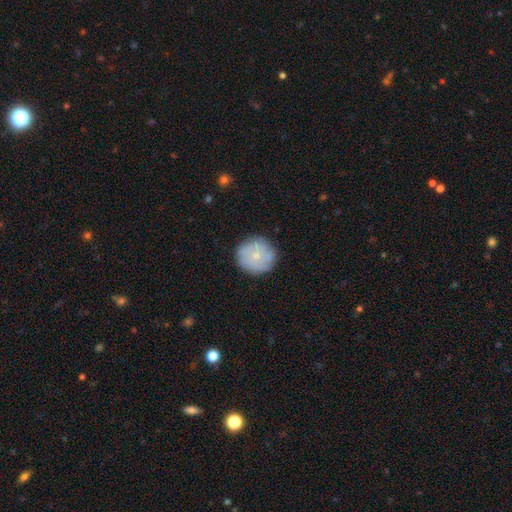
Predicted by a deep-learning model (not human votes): smooth_or_featured: smooth (p=0.53) [alt: featured or disk p=0.40]
how_rounded: round (p=0.92) [alt: in between p=0.07]
merging: none (p=0.81) [alt: minor disturbance p=0.14]